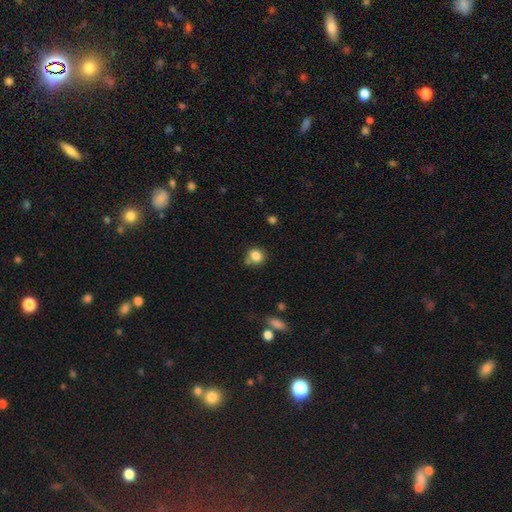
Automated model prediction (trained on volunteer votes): Morphology: type=smooth (84%); roundness=round (80%); merging=none (68%).